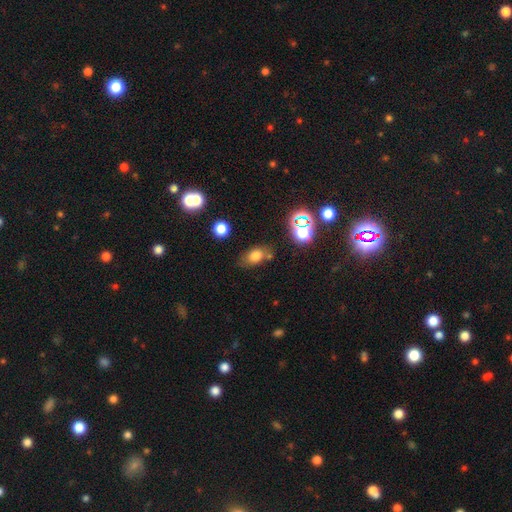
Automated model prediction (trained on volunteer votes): smooth 73%, star or artifact 16%, featured or disk 12%. Down the decision tree: how rounded — in between (79%); merging — none (67%).